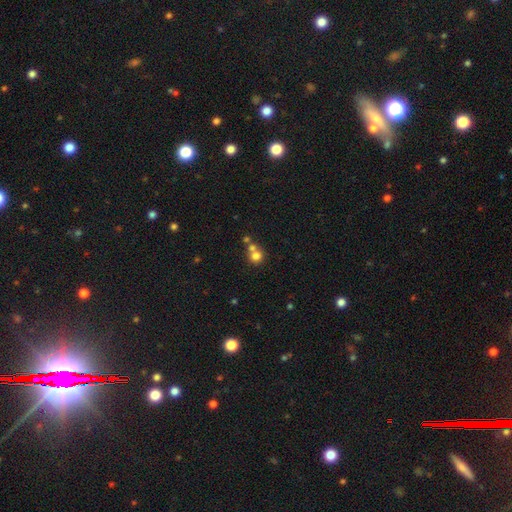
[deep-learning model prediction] Q: Smooth or featured?
A: smooth (74%); runner-up: star or artifact (14%)
Q: How rounded?
A: round (87%); runner-up: in between (12%)
Q: Merging?
A: none (47%); runner-up: merger (43%)